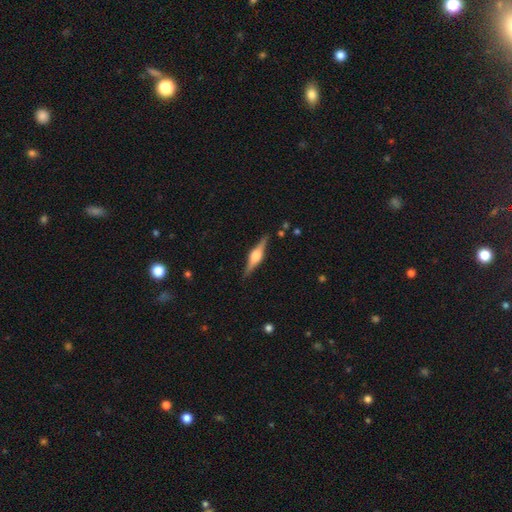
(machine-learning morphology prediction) A featured or disk galaxy (77%) viewed edge-on (98%) with a rounded central bulge (89%). Merging: none (89%).